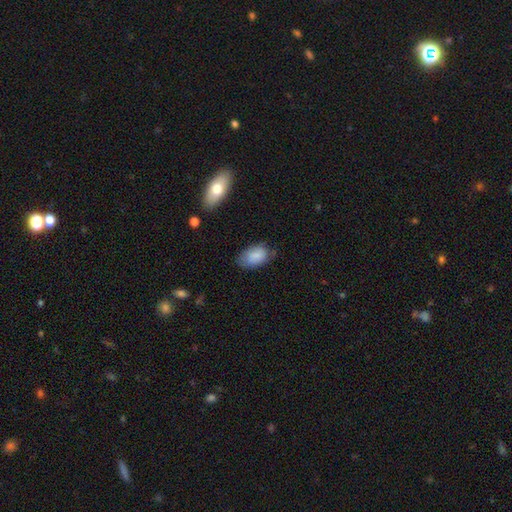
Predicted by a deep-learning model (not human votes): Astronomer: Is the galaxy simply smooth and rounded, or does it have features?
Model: smooth — 83%.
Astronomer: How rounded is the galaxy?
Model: in between — 92%.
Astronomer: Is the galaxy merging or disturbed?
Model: none — 67%.